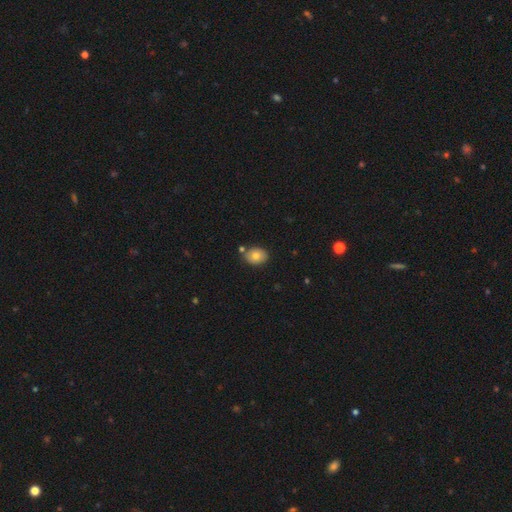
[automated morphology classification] Q: Smooth or featured?
A: smooth (79%); runner-up: featured or disk (13%)
Q: How rounded?
A: in between (68%); runner-up: round (31%)
Q: Merging?
A: none (79%); runner-up: minor disturbance (11%)